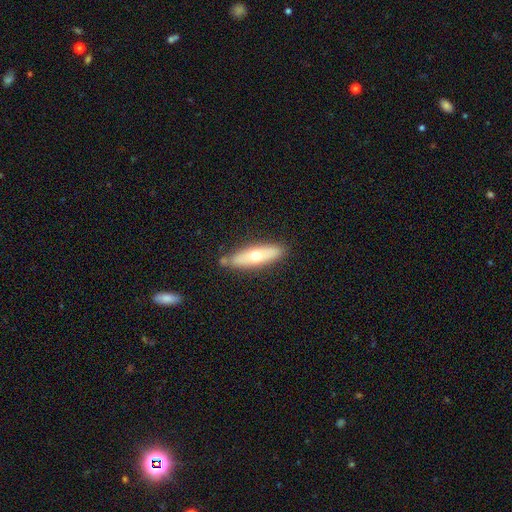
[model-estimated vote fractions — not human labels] The model was most divided on "smooth or featured": smooth: 54%, featured or disk: 40%, star or artifact: 6%. More confident: merging — none (79%); how rounded — cigar-shaped (61%).